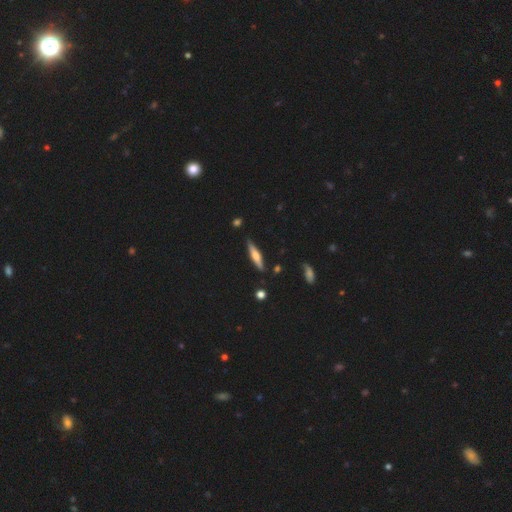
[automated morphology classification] featured or disk 50%, smooth 44%, star or artifact 6%. Down the decision tree: edge-on disk — yes (94%); merging — none (85%).